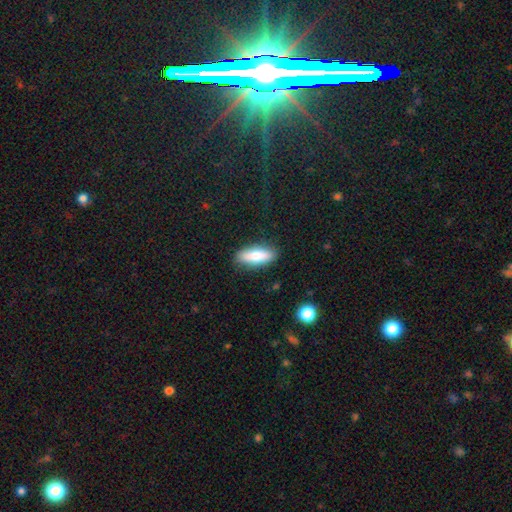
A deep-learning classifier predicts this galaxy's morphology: Smooth or featured? Predicted: smooth (p=0.72). How rounded? Predicted: in between (p=0.60). Merging? Predicted: none (p=0.87).